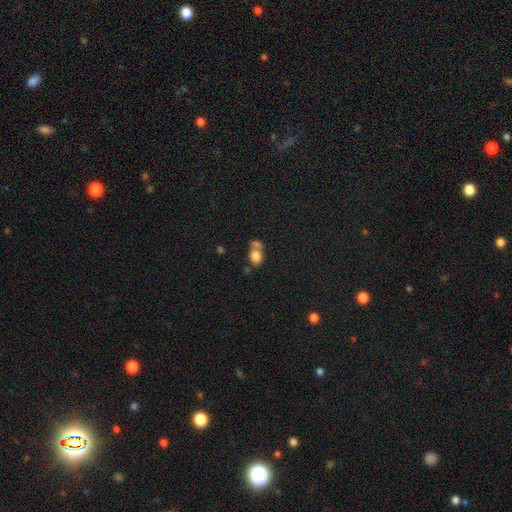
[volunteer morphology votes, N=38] Overall: smooth (87%). How rounded: in between (58%; round 42%). Merging: merger (46%; none 40%).